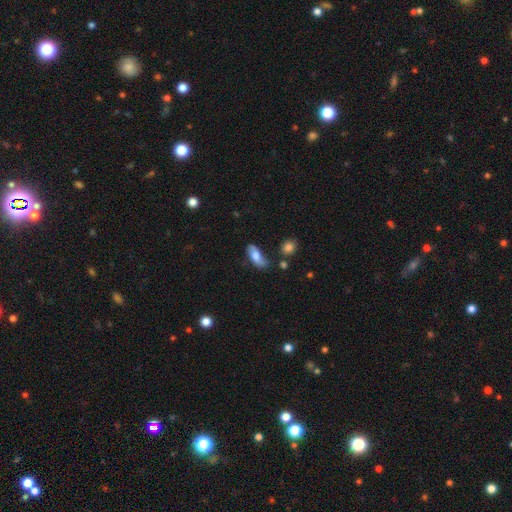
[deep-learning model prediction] This appears to be a smooth galaxy with no disk features (61%) that is in between round and cigar-shaped (79%). Merging: none (59%).